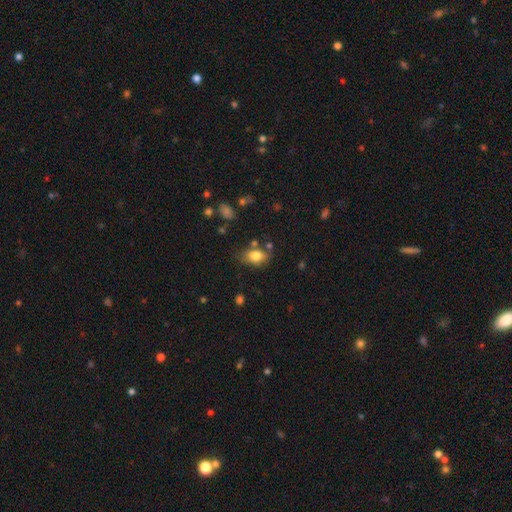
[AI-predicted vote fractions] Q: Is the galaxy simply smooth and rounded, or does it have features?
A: smooth — 80%.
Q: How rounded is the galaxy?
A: in between — 84%.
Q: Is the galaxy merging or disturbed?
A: none — 64%.